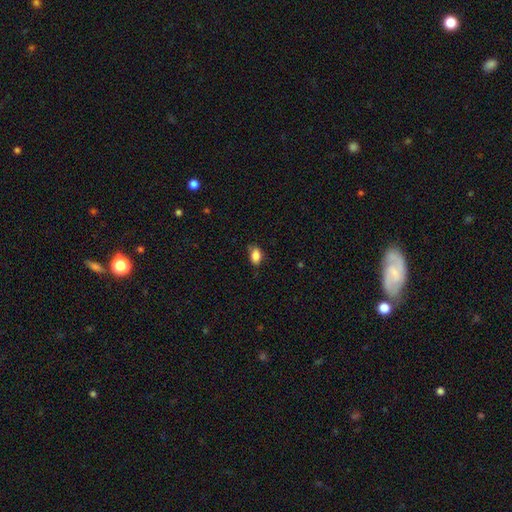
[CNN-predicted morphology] Smooth or featured: smooth — 85% (star or artifact — 9%)
How rounded: in between — 85% (round — 13%)
Merging: none — 67% (minor disturbance — 26%)